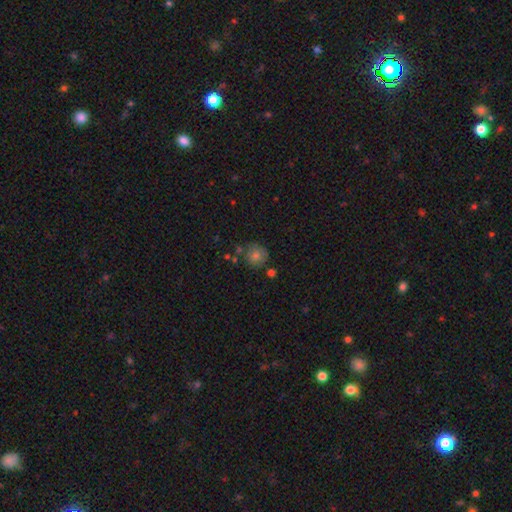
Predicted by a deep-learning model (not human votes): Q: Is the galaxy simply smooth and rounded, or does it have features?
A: smooth — 76%.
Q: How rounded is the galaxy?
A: round — 91%.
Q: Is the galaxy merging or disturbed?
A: none — 74%.